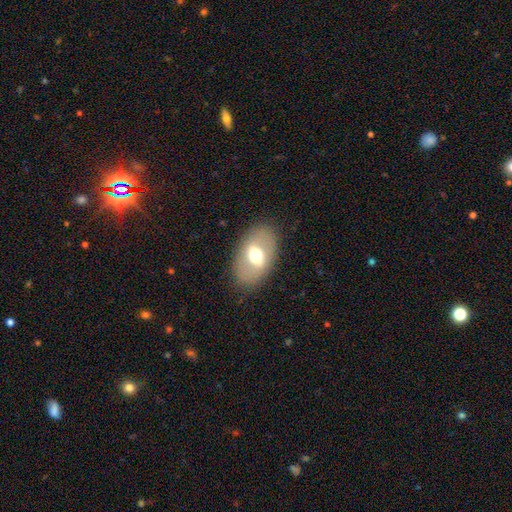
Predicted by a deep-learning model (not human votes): A smooth galaxy with no disk features (55%) that is in between round and cigar-shaped (88%). Merging: none (83%).